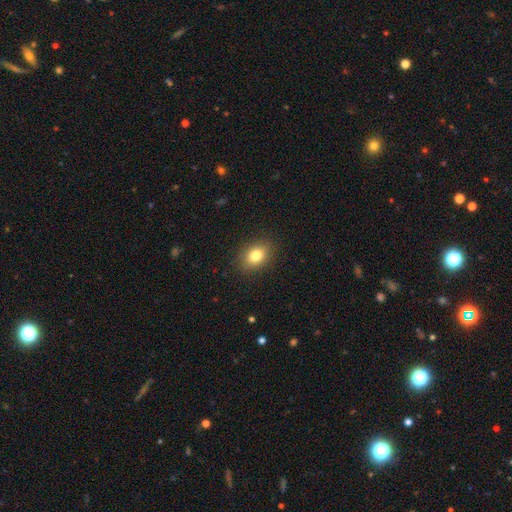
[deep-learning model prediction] Smooth or featured: smooth — 81% (star or artifact — 10%)
How rounded: in between — 72% (round — 26%)
Merging: none — 88% (minor disturbance — 8%)